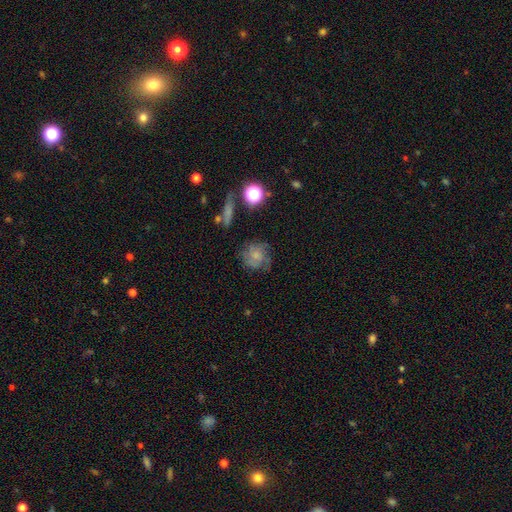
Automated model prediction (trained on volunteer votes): Smooth or featured: smooth — 47% (featured or disk — 41%)
Merging: none — 63% (minor disturbance — 22%)